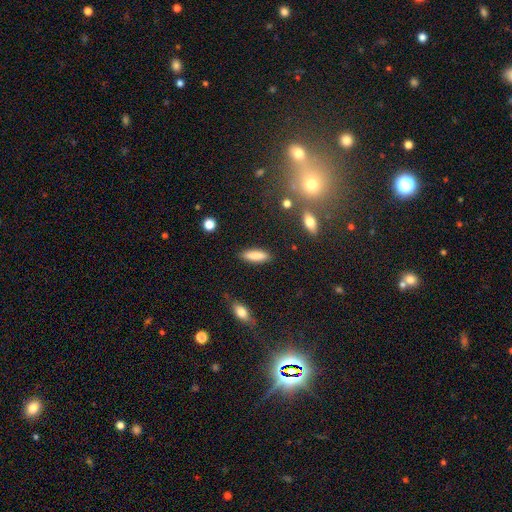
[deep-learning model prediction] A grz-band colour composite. It shows a smooth galaxy with no disk features (84%) that is cigar-shaped (50%). Merging: none (87%).